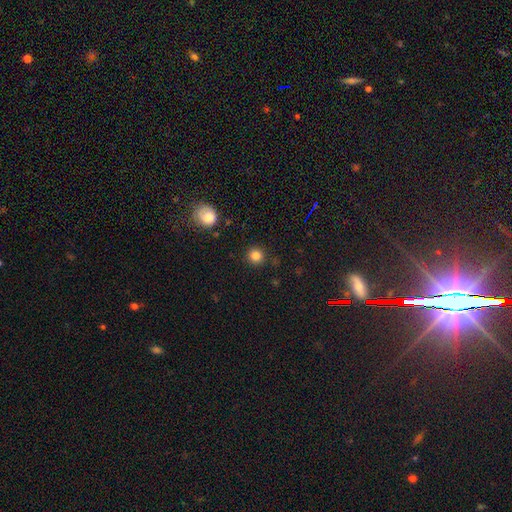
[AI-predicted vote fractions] The model was most divided on "smooth or featured": smooth: 83%, star or artifact: 12%, featured or disk: 4%. More confident: how rounded — round (94%); merging — none (91%).